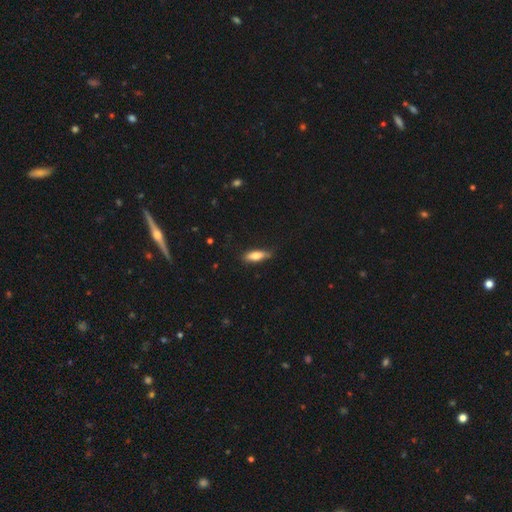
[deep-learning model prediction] smooth_or_featured: smooth (p=0.76) [alt: featured or disk p=0.17]
how_rounded: in between (p=0.58) [alt: cigar-shaped p=0.40]
merging: none (p=0.74) [alt: minor disturbance p=0.20]